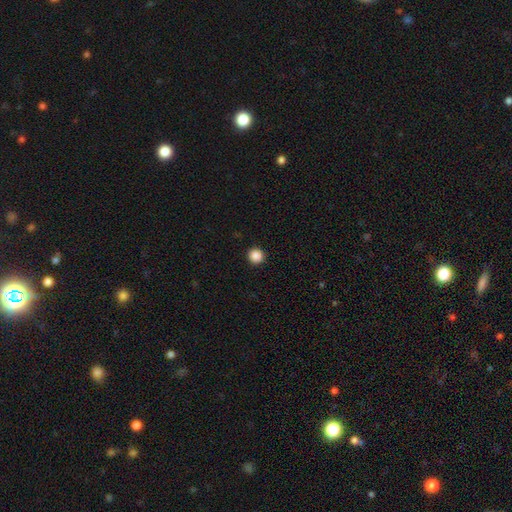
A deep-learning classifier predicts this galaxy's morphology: type=smooth (87%); roundness=round (96%); merging=none (94%).